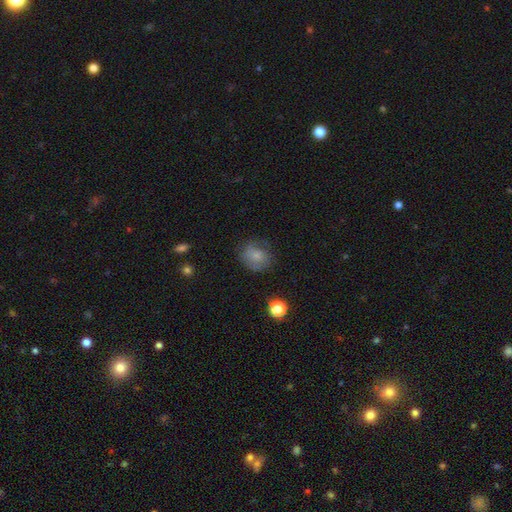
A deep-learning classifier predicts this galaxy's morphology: A smooth galaxy with no disk features (76%) that is round (61%). Merging: none (64%).